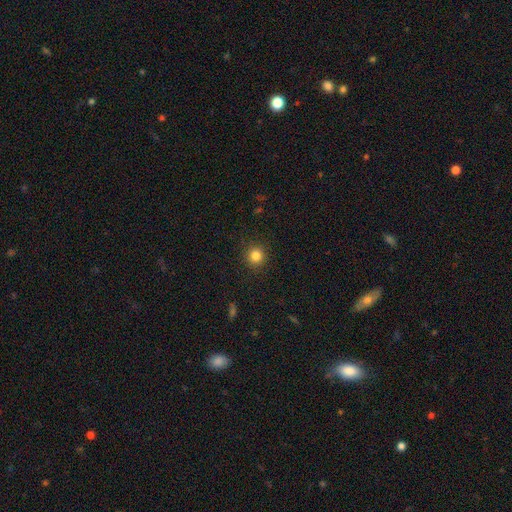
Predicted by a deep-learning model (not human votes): Smooth or featured: smooth — 83% (star or artifact — 12%)
How rounded: round — 94% (in between — 5%)
Merging: none — 91% (minor disturbance — 6%)